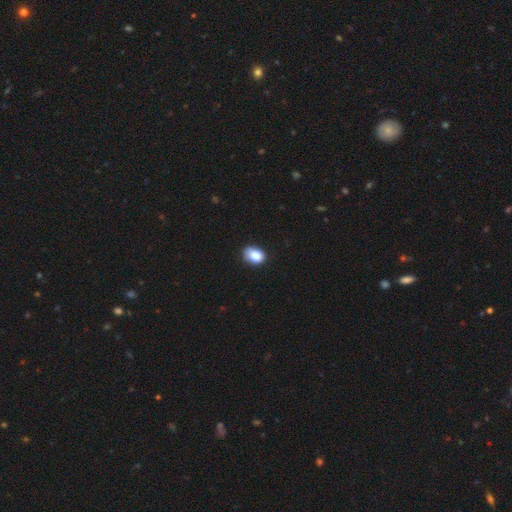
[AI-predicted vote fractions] Smooth or featured? smooth (82%)
How rounded? in between (72%)
Merging? none (66%)